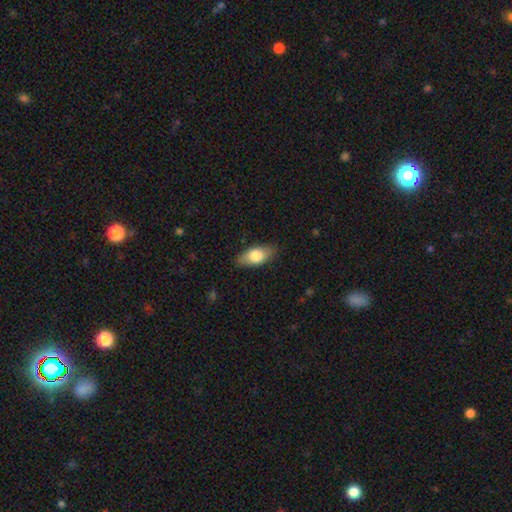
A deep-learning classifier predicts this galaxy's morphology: Smooth or featured?
  - smooth: 75% *
  - featured or disk: 19%
  - star or artifact: 6%
How rounded?
  - in between: 89% *
  - cigar-shaped: 7%
  - round: 4%
Merging?
  - none: 85% *
  - minor disturbance: 12%
  - major disturbance: 3%
  - merger: 1%